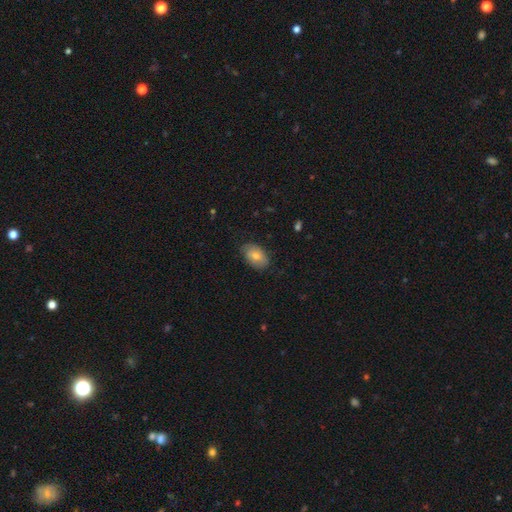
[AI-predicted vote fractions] Smooth or featured? Predicted: smooth (p=0.73). How rounded? Predicted: in between (p=0.90). Merging? Predicted: none (p=0.79).